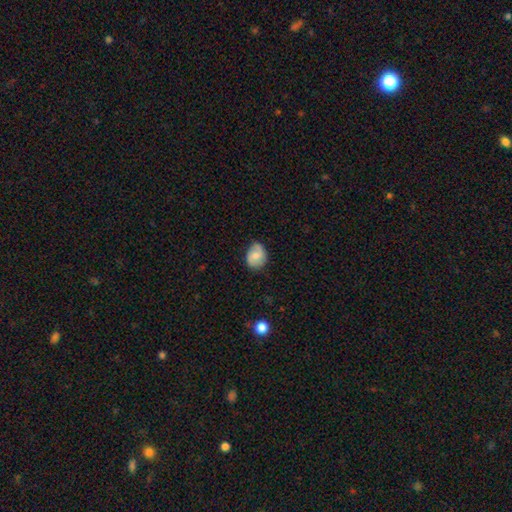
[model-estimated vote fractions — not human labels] Smooth or featured: smooth — 59% (featured or disk — 34%)
How rounded: round — 50% (in between — 49%)
Merging: none — 70% (minor disturbance — 24%)